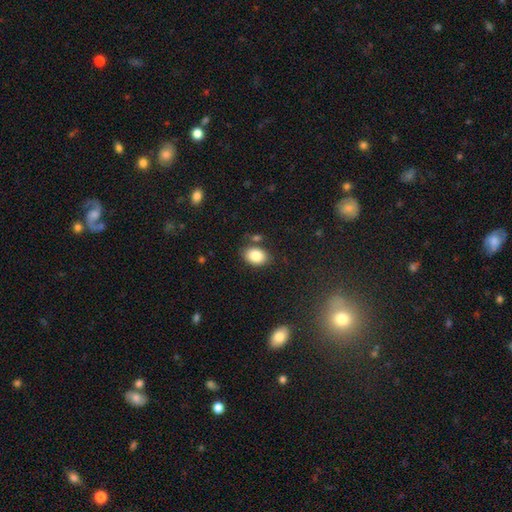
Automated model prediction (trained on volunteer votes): Q: Smooth or featured?
A: smooth (85%); runner-up: star or artifact (8%)
Q: How rounded?
A: in between (80%); runner-up: round (19%)
Q: Merging?
A: none (78%); runner-up: minor disturbance (12%)